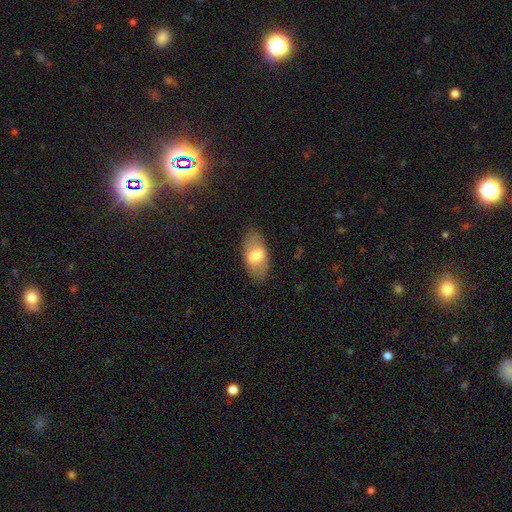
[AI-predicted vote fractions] Smooth or featured?
  - smooth: 66% *
  - featured or disk: 27%
  - star or artifact: 6%
How rounded?
  - in between: 93% *
  - round: 4%
  - cigar-shaped: 3%
Merging?
  - none: 82% *
  - minor disturbance: 13%
  - major disturbance: 4%
  - merger: 1%